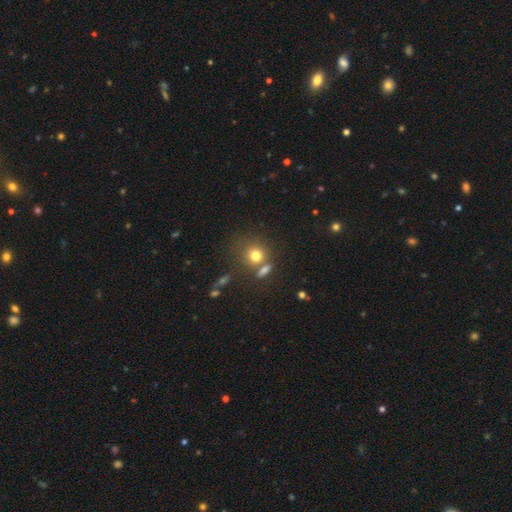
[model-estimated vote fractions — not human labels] The model was most divided on "merging": none: 56%, merger: 27%, minor disturbance: 11%, major disturbance: 6%. More confident: how rounded — round (77%); smooth or featured — smooth (76%).